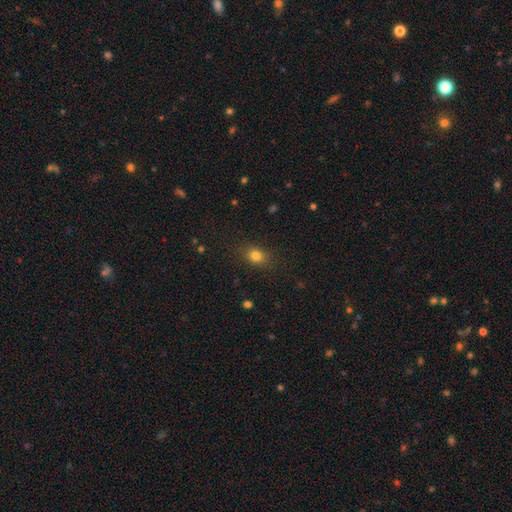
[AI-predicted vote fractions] The model was most divided on "how rounded": in between: 56%, round: 42%, cigar-shaped: 2%. More confident: merging — none (85%); smooth or featured — smooth (80%).